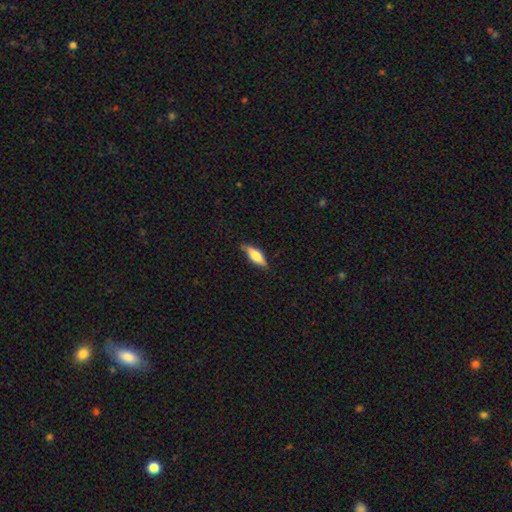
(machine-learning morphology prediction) A smooth galaxy with no disk features (66%) that is in between round and cigar-shaped (55%).

Vote fractions:
- Smooth or featured? smooth: 66% / featured or disk: 28% / star or artifact: 6%
- How rounded? in between: 55% / cigar-shaped: 43% / round: 2%
- Merging? none: 78% / minor disturbance: 17% / major disturbance: 3% / merger: 1%